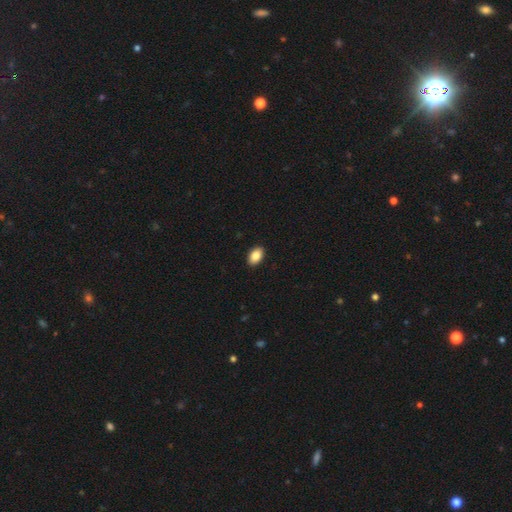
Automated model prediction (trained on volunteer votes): Smooth or featured? smooth (86%)
How rounded? in between (90%)
Merging? none (91%)